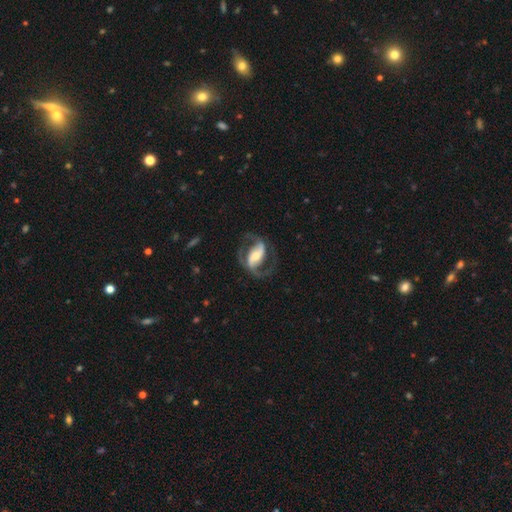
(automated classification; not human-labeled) Overall: featured or disk (85%). Edge-on disk: no (96%). Bar: strong (54%; weak 28%). Spiral arms: yes (92%). Spiral arm count: 2 (91%). Spiral winding: medium (53%; loose 31%). Bulge size: moderate (49%; small 35%). Merging: none (70%).